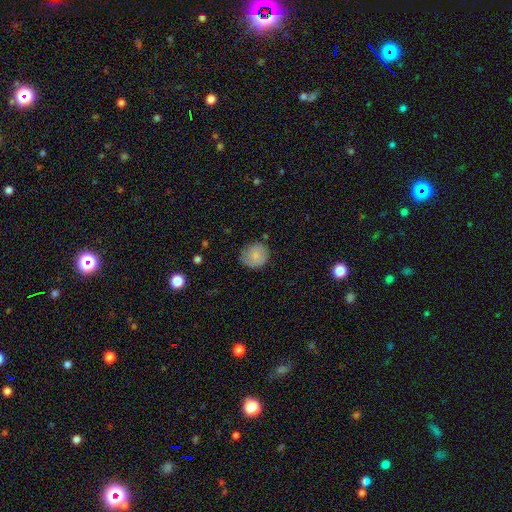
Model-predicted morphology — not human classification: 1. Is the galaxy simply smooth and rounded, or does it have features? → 81% smooth, 12% featured or disk, 8% star or artifact.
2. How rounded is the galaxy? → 87% round, 12% in between, 1% cigar-shaped.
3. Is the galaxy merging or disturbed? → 76% none, 18% minor disturbance, 4% major disturbance, 1% merger.